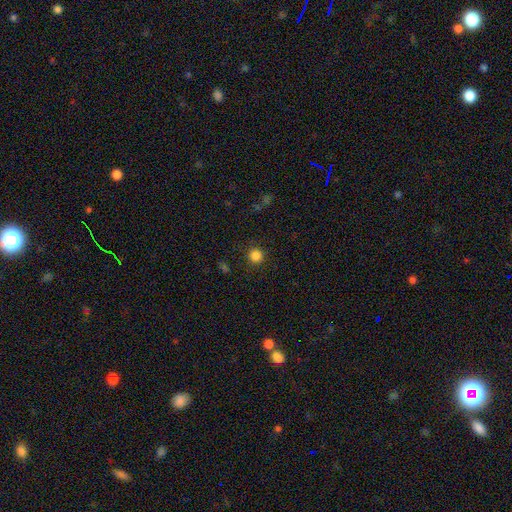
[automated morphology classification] The model was most divided on "smooth or featured": smooth: 84%, star or artifact: 13%, featured or disk: 4%. More confident: how rounded — round (95%); merging — none (91%).